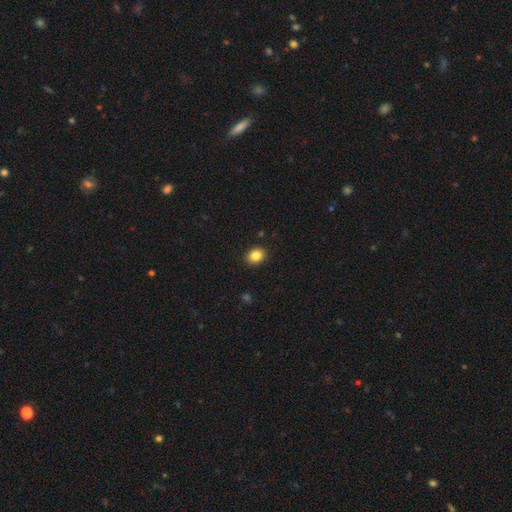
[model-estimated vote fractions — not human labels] Smooth or featured?
  - smooth: 85% *
  - star or artifact: 9%
  - featured or disk: 6%
How rounded?
  - in between: 52% *
  - round: 47%
  - cigar-shaped: 1%
Merging?
  - none: 90% *
  - minor disturbance: 7%
  - major disturbance: 2%
  - merger: 1%